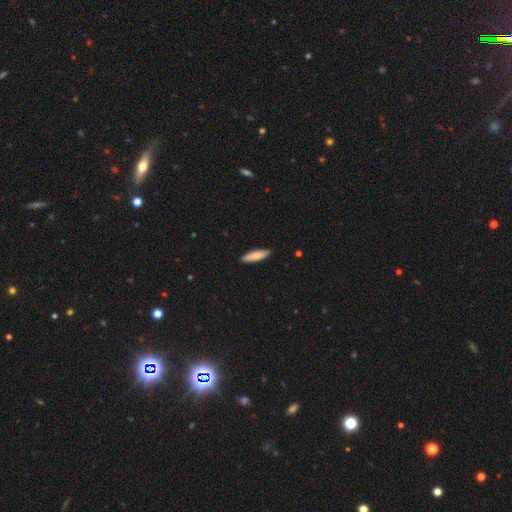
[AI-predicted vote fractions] smooth 81%, featured or disk 13%, star or artifact 5%. Down the decision tree: how rounded — cigar-shaped (70%); merging — none (90%).